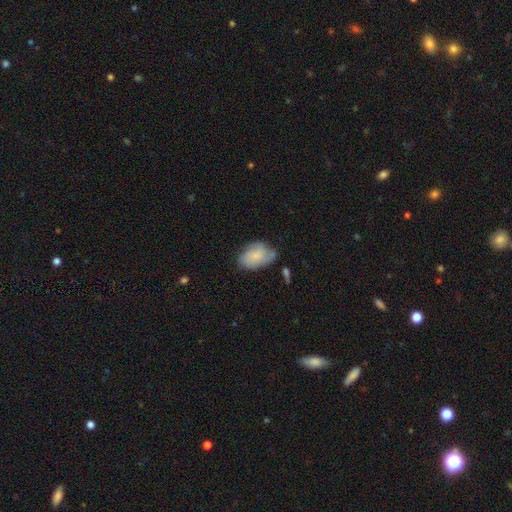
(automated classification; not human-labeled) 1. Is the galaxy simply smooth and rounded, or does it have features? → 68% smooth, 25% featured or disk, 7% star or artifact.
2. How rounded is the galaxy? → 87% in between, 12% round, 1% cigar-shaped.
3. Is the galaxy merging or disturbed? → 53% none, 31% minor disturbance, 9% major disturbance, 6% merger.